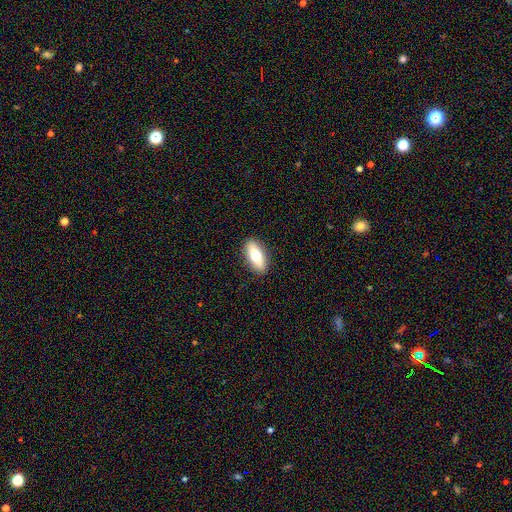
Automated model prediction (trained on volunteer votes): A smooth galaxy with no disk features (65%) that is in between round and cigar-shaped (77%).

Vote fractions:
- Smooth or featured? smooth: 65% / featured or disk: 28% / star or artifact: 7%
- How rounded? in between: 77% / cigar-shaped: 19% / round: 4%
- Merging? none: 89% / minor disturbance: 8% / major disturbance: 2% / merger: 1%